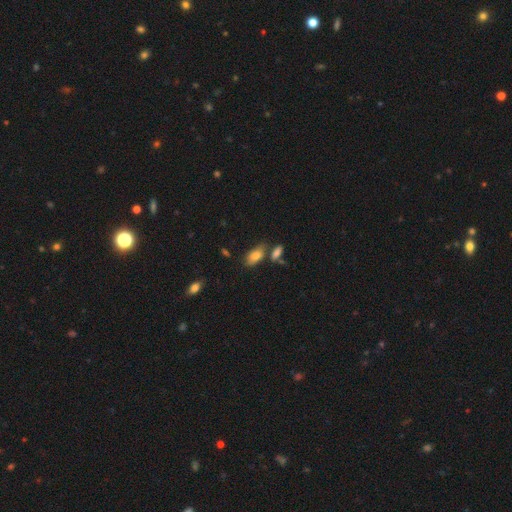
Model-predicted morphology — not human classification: Q: Smooth or featured?
A: smooth (81%); runner-up: featured or disk (10%)
Q: How rounded?
A: in between (90%); runner-up: cigar-shaped (6%)
Q: Merging?
A: none (58%); runner-up: merger (18%)